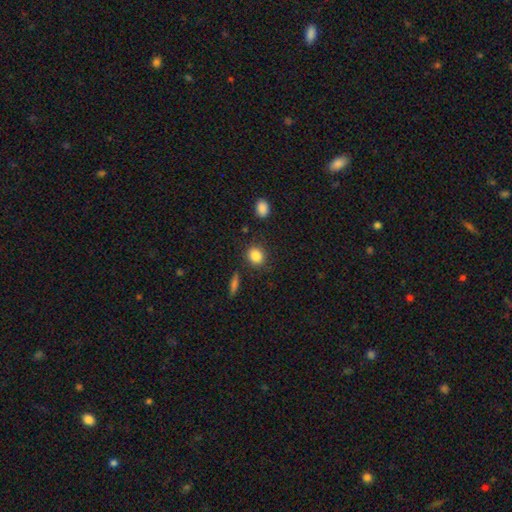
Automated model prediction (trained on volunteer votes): The model was most divided on "how rounded": round: 74%, in between: 25%, cigar-shaped: 1%. More confident: smooth or featured — smooth (86%); merging — none (85%).